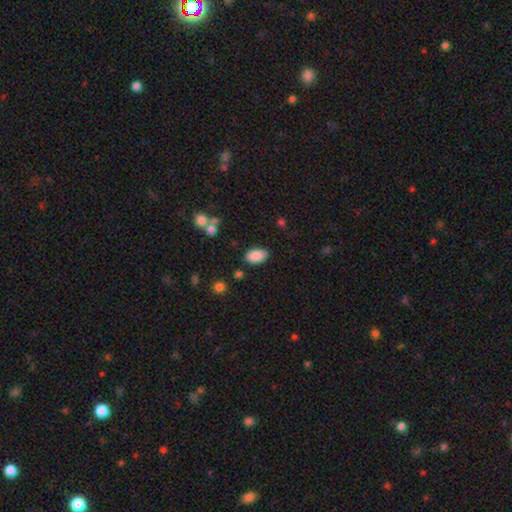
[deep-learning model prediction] Smooth or featured? Predicted: smooth (p=0.88). How rounded? Predicted: in between (p=0.93). Merging? Predicted: none (p=0.83).